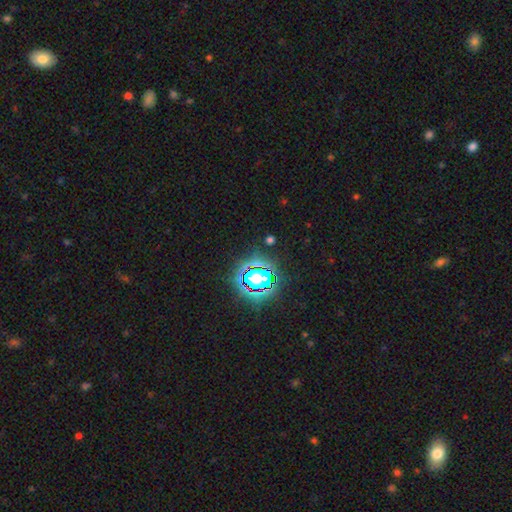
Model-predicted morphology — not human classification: A star or artifact, not a galaxy (79%).